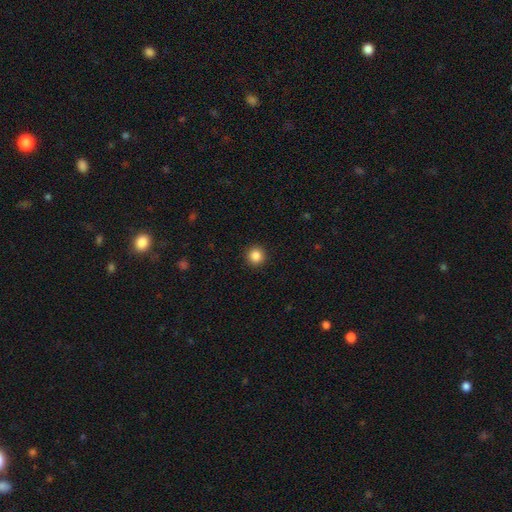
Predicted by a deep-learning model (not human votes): A smooth galaxy with no disk features (86%) that is round (95%).

Vote fractions:
- Smooth or featured? smooth: 86% / star or artifact: 11% / featured or disk: 4%
- How rounded? round: 95% / in between: 4% / cigar-shaped: 1%
- Merging? none: 93% / minor disturbance: 4% / major disturbance: 2% / merger: 1%